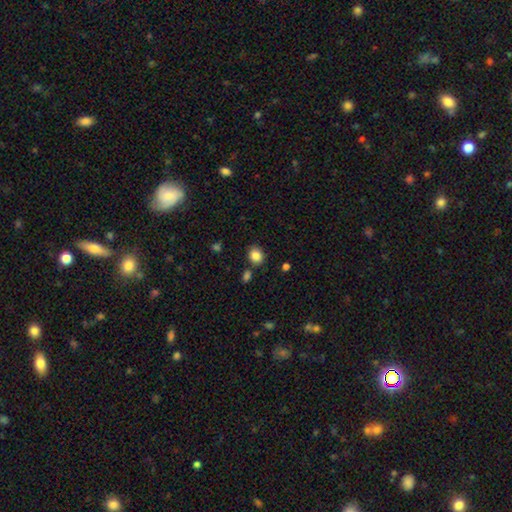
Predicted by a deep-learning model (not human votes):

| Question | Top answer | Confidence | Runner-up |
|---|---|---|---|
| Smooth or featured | smooth | 85% | star or artifact (10%) |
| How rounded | round | 65% | in between (35%) |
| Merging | none | 81% | minor disturbance (10%) |